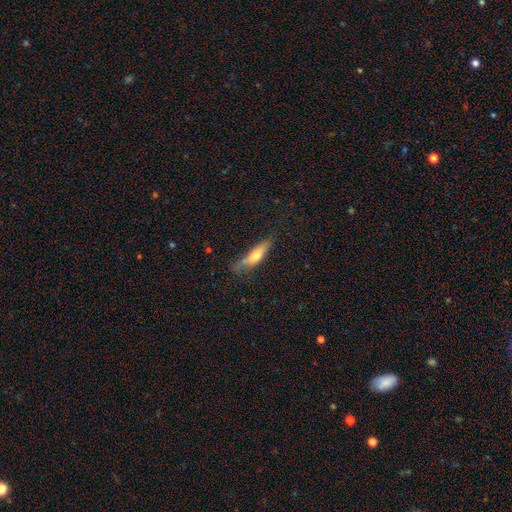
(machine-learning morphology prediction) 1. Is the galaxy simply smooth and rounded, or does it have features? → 57% smooth, 37% featured or disk, 6% star or artifact.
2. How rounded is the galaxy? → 64% cigar-shaped, 34% in between, 2% round.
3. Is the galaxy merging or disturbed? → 59% none, 27% minor disturbance, 9% major disturbance, 4% merger.